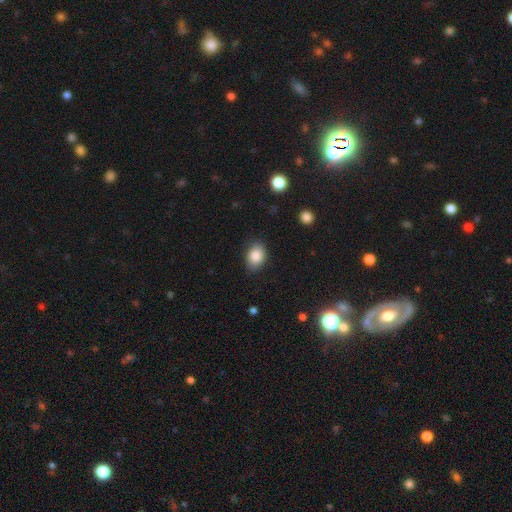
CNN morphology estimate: Smooth or featured? Predicted: smooth (p=0.86). How rounded? Predicted: in between (p=0.73). Merging? Predicted: none (p=0.79).